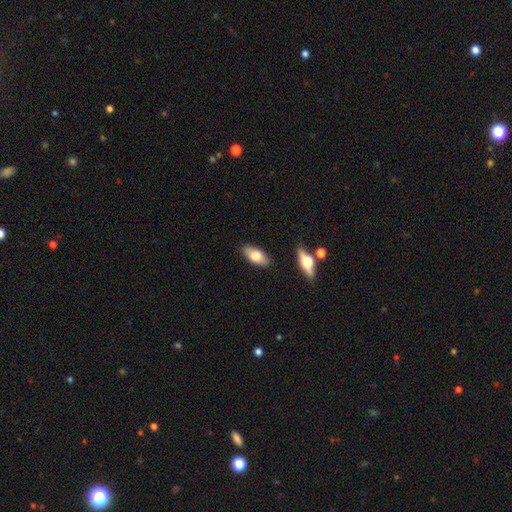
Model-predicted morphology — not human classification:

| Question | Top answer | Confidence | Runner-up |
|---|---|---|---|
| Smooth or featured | smooth | 69% | featured or disk (24%) |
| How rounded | in between | 85% | cigar-shaped (12%) |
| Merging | none | 85% | minor disturbance (10%) |